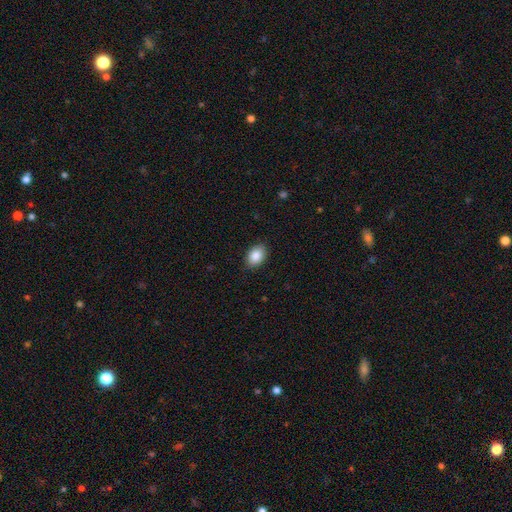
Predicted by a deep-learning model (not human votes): Smooth or featured: smooth — 87% (star or artifact — 8%)
How rounded: in between — 82% (round — 17%)
Merging: none — 86% (minor disturbance — 11%)